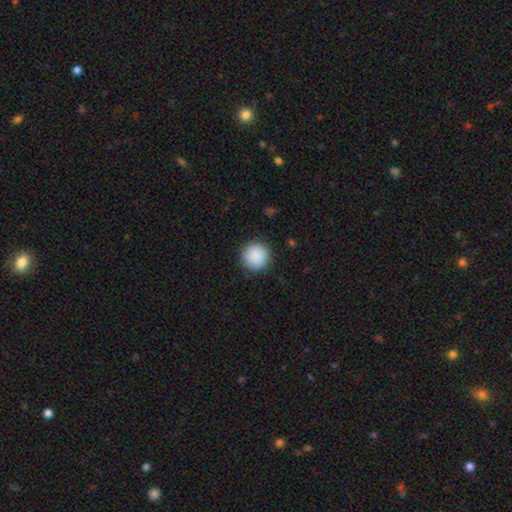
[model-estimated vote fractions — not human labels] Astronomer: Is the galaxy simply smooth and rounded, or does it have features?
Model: smooth — 90%.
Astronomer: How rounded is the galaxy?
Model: round — 96%.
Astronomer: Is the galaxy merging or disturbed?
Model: none — 92%.